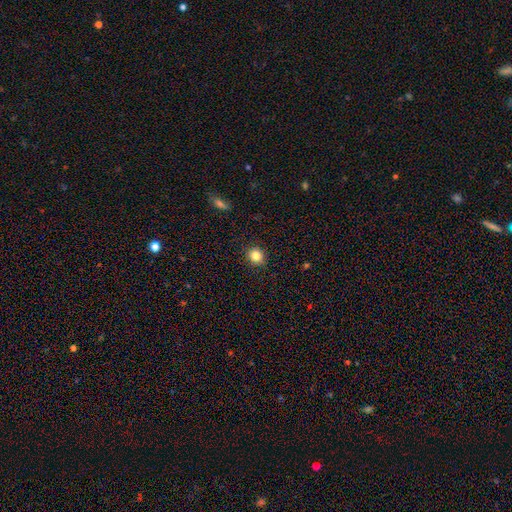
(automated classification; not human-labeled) This is clearly a smooth galaxy (84%). How rounded: likely round (80%). Merging: clearly none (90%).